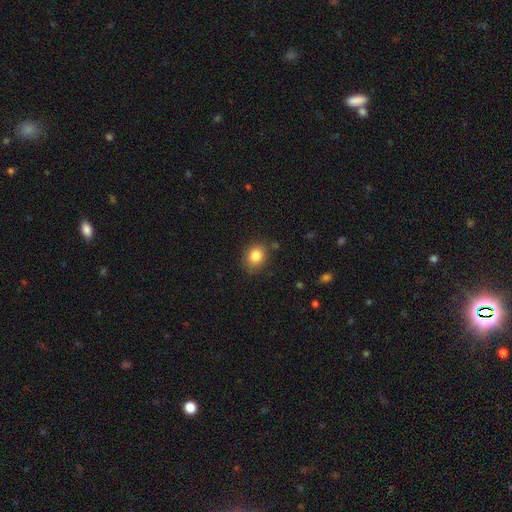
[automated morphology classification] type=smooth (83%); roundness=round (60%); merging=none (78%).